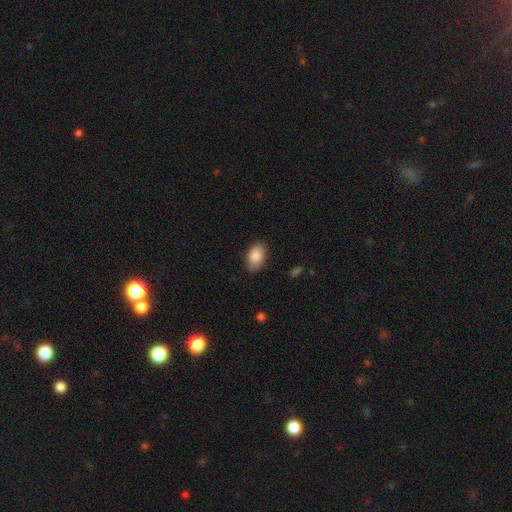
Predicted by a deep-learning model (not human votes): The model was most divided on "merging": none: 83%, minor disturbance: 13%, major disturbance: 3%, merger: 1%. More confident: how rounded — in between (92%); smooth or featured — smooth (87%).